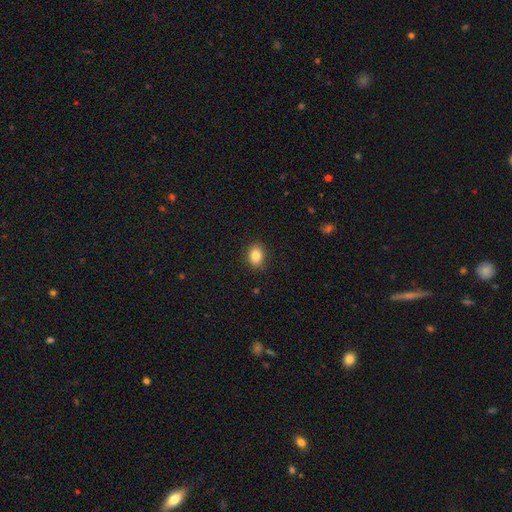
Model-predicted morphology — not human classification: Smooth or featured: smooth — 84% (star or artifact — 10%)
How rounded: in between — 60% (round — 39%)
Merging: none — 89% (minor disturbance — 8%)